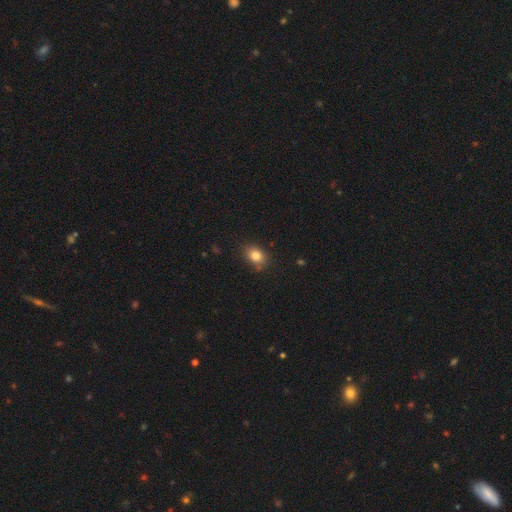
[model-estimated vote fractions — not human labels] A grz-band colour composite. It shows a smooth galaxy with no disk features (82%) that is in between round and cigar-shaped (64%). Merging: none (81%).